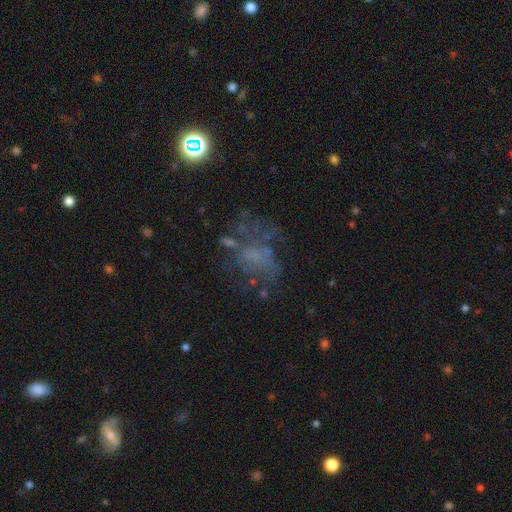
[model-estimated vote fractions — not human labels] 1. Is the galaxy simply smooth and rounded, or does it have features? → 45% featured or disk, 28% smooth, 27% star or artifact.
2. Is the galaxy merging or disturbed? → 45% none, 31% major disturbance, 18% minor disturbance, 6% merger.